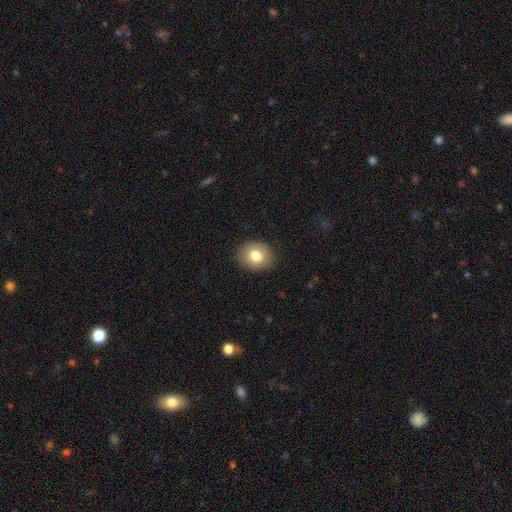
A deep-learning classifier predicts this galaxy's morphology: A smooth galaxy with no disk features (79%) that is round (58%). Merging: none (89%).